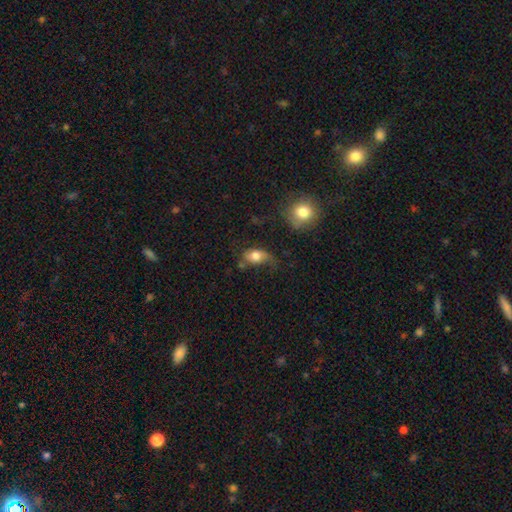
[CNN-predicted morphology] smooth_or_featured: smooth (p=0.72) [alt: featured or disk p=0.19]
how_rounded: in between (p=0.79) [alt: round p=0.18]
merging: none (p=0.36) [alt: minor disturbance p=0.31]